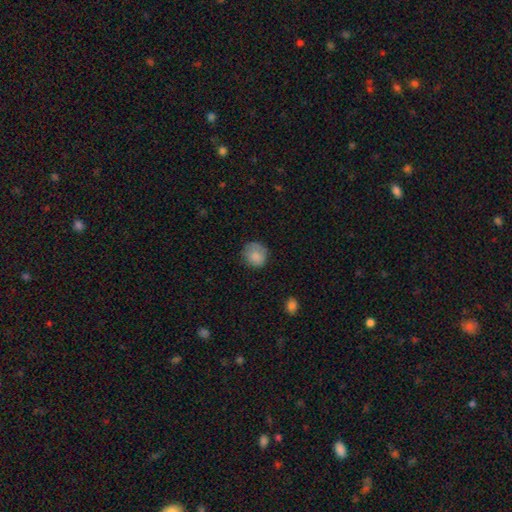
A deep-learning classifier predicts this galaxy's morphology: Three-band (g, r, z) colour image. It shows a smooth galaxy with no disk features (84%) that is round (83%). Merging: none (73%).